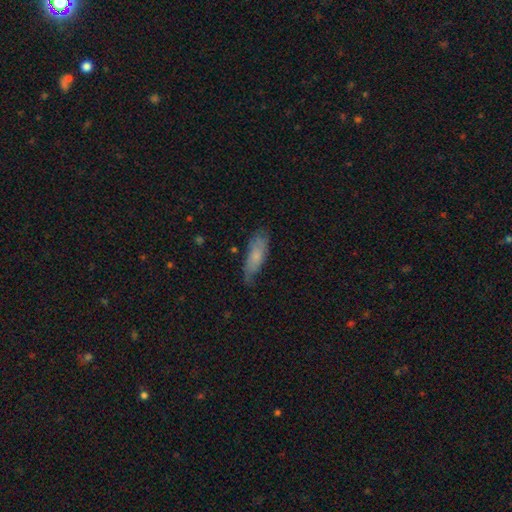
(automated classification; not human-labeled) This is likely a smooth galaxy (66%). How rounded: possibly in between (54%). Merging: likely none (63%).